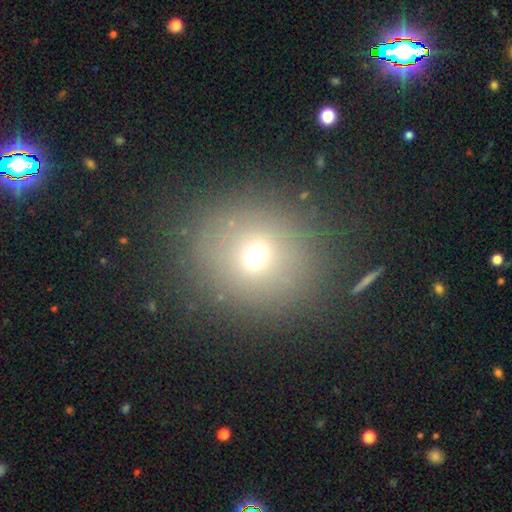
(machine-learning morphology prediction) Q: Smooth or featured?
A: smooth (64%); runner-up: star or artifact (21%)
Q: How rounded?
A: round (83%); runner-up: in between (16%)
Q: Merging?
A: none (82%); runner-up: minor disturbance (9%)